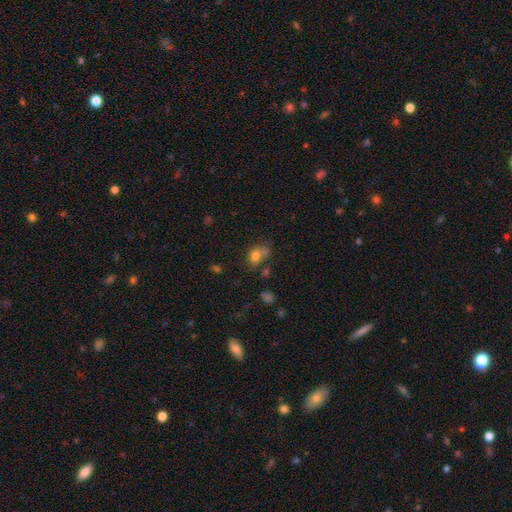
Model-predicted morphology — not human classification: Smooth or featured: smooth — 75% (star or artifact — 13%)
How rounded: in between — 65% (round — 33%)
Merging: none — 40% (merger — 24%)